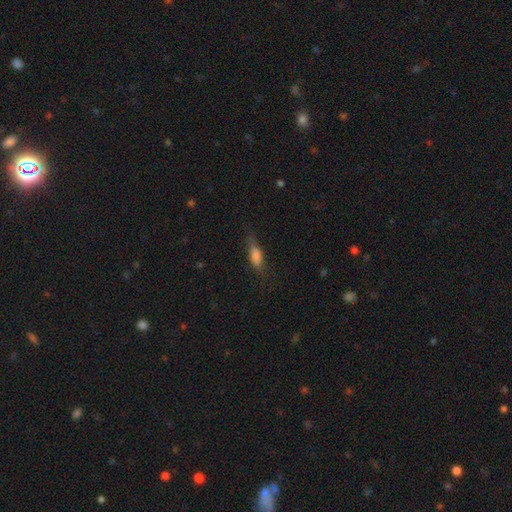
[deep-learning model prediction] smooth 72%, featured or disk 19%, star or artifact 9%. Down the decision tree: how rounded — in between (60%); merging — none (59%).